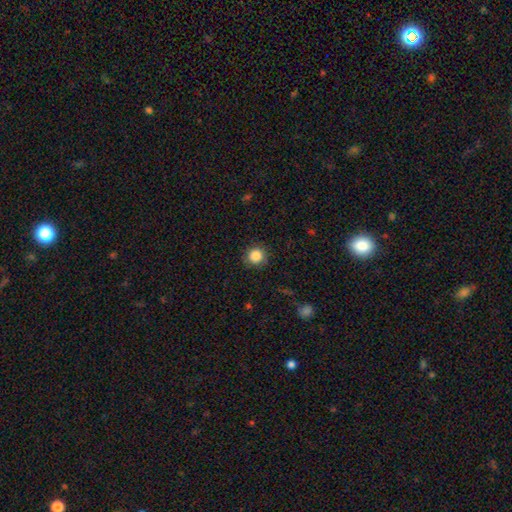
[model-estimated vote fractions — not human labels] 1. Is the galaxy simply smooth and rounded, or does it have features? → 86% smooth, 10% star or artifact, 4% featured or disk.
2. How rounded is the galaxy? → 92% round, 7% in between, 1% cigar-shaped.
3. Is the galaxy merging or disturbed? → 88% none, 9% minor disturbance, 3% major disturbance, 1% merger.